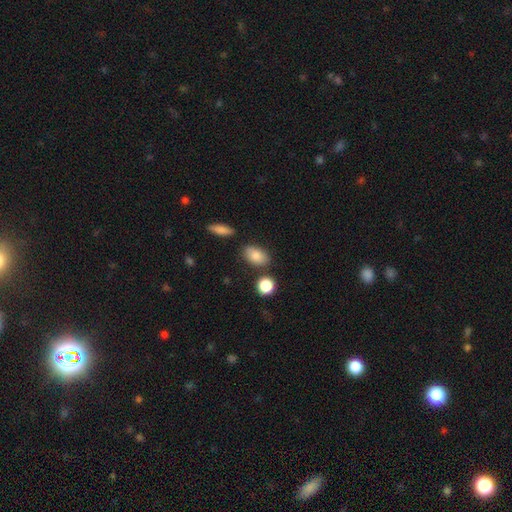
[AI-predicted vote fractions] This appears to be a smooth galaxy with no disk features (83%) that is in between round and cigar-shaped (86%). Merging: none (79%).